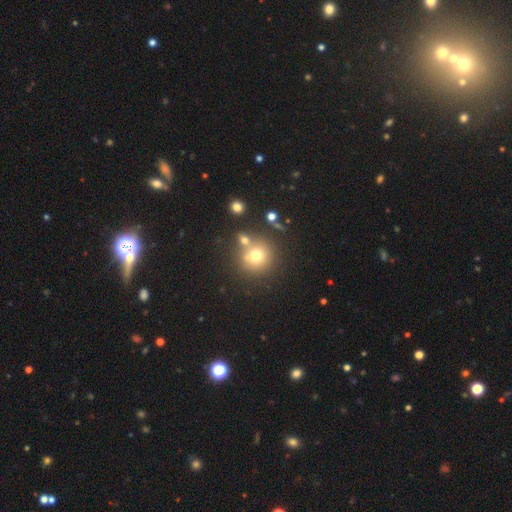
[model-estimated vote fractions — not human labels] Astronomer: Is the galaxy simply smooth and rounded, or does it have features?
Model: smooth — 71%.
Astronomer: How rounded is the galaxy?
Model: round — 91%.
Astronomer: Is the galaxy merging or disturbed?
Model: none — 67%.